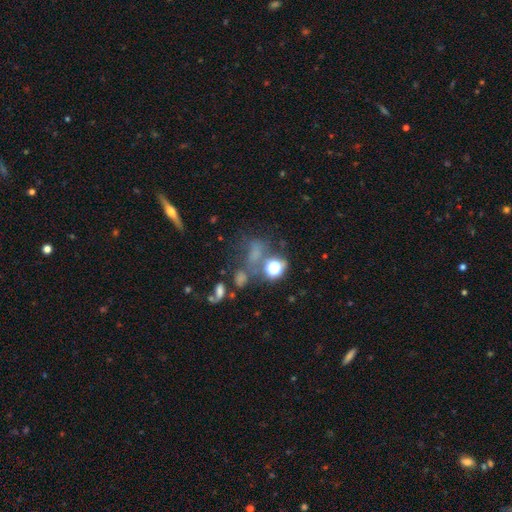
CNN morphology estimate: Smooth or featured? star or artifact (40%)